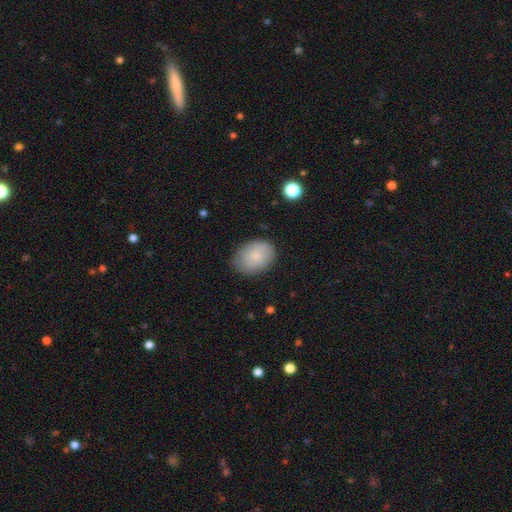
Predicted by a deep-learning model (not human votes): A smooth galaxy with no disk features (80%) that is in between round and cigar-shaped (74%). Merging: none (82%).